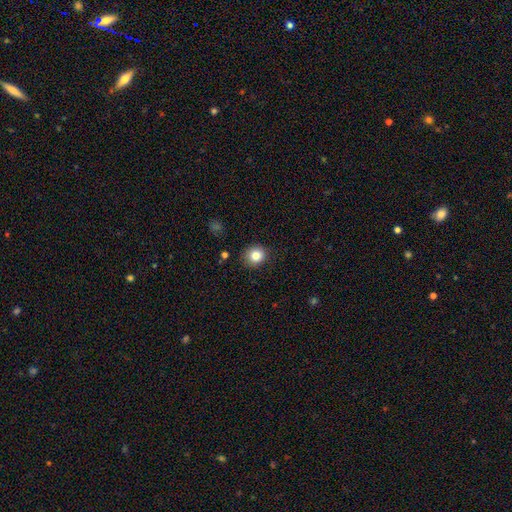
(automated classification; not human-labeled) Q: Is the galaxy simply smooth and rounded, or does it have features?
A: smooth — 83%.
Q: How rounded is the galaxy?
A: round — 84%.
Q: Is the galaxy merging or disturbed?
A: none — 87%.